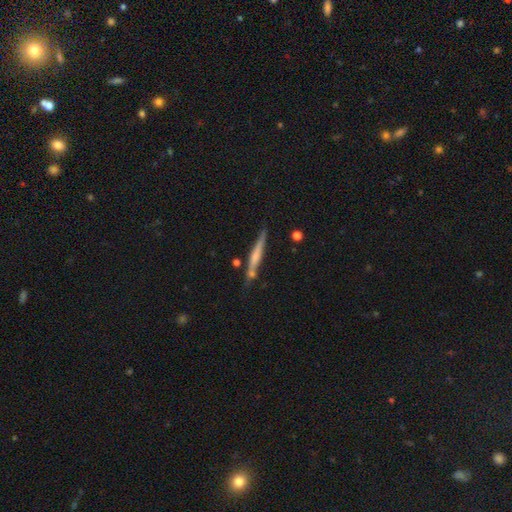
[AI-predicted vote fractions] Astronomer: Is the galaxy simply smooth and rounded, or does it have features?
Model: featured or disk — 47% (runner-up: smooth, 46%).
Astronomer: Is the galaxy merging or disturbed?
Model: none — 71%.